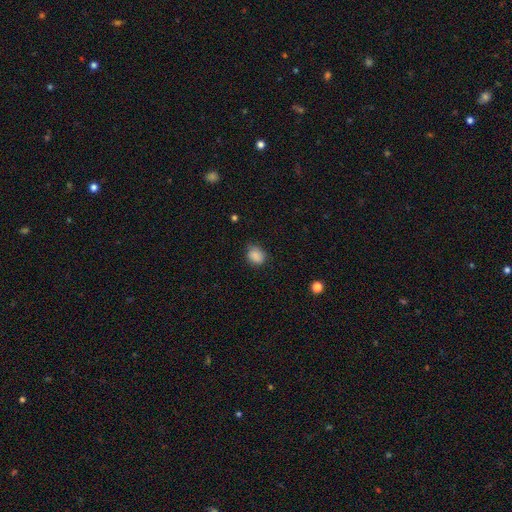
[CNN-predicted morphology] A smooth galaxy with no disk features (86%) that is round (50%).

Vote fractions:
- Smooth or featured? smooth: 86% / star or artifact: 9% / featured or disk: 5%
- How rounded? round: 50% / in between: 49% / cigar-shaped: 1%
- Merging? none: 70% / minor disturbance: 25% / major disturbance: 4% / merger: 1%